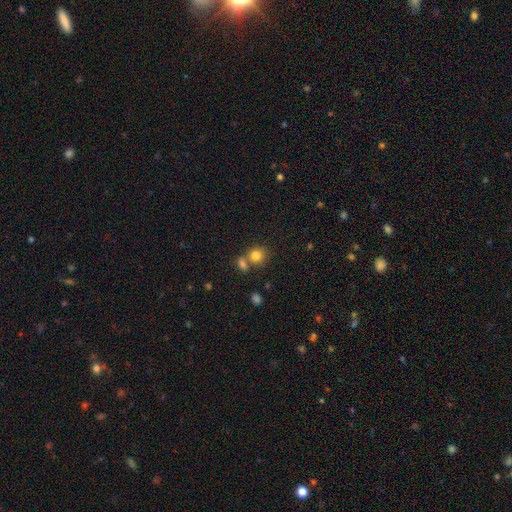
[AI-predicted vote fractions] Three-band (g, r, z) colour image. It shows a smooth galaxy with no disk features (81%) that is round (79%). Merging: none (52%).